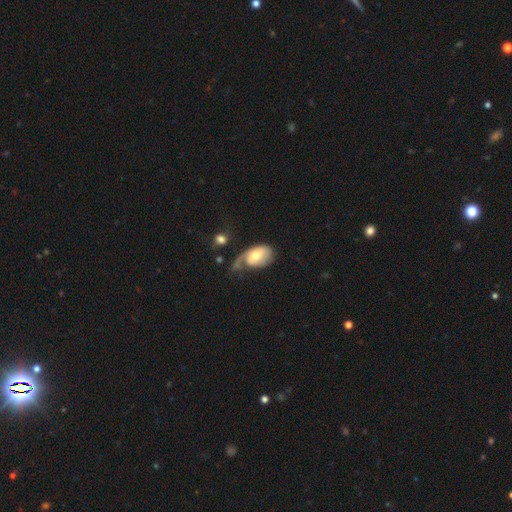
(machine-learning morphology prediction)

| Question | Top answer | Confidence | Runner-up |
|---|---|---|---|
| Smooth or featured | featured or disk | 52% | smooth (42%) |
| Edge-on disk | no | 95% | yes (5%) |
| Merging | major disturbance | 39% | none (29%) |